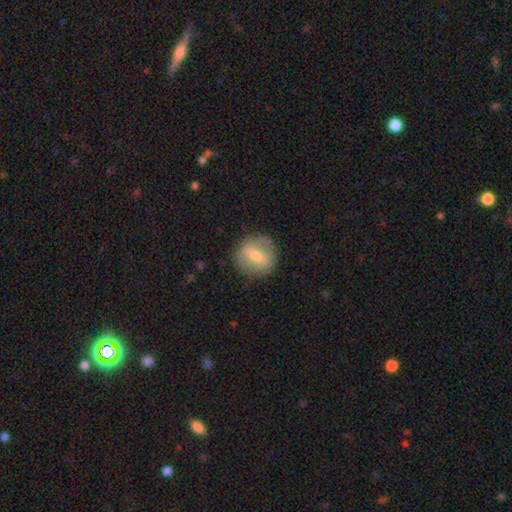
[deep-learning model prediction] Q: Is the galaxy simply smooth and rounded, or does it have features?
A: featured or disk — 47%.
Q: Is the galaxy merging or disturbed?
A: none — 84%.